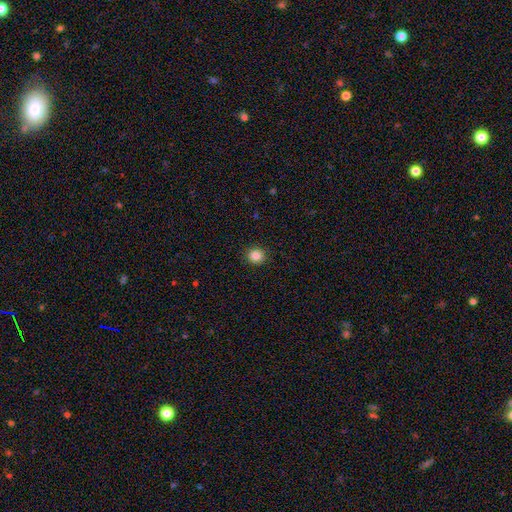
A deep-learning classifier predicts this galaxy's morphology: This appears to be a smooth galaxy with no disk features (86%) that is round (89%). Merging: none (91%).